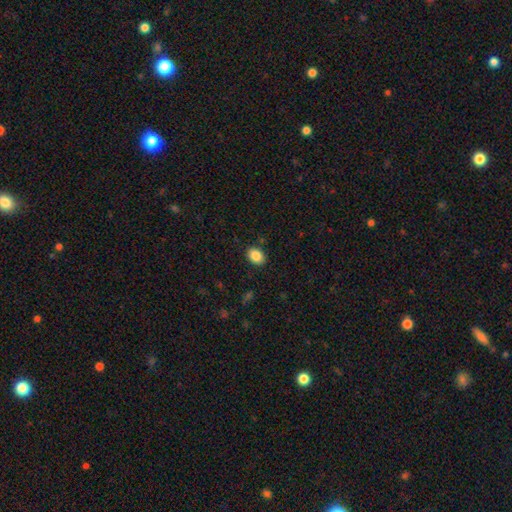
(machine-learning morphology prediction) This is clearly a smooth galaxy (87%). How rounded: likely in between (71%). Merging: clearly none (88%).